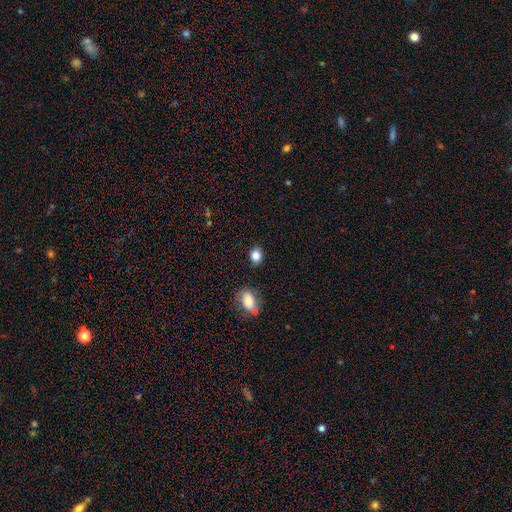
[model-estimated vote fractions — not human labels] Smooth or featured?
  - smooth: 85% *
  - star or artifact: 10%
  - featured or disk: 5%
How rounded?
  - round: 53% *
  - in between: 46%
  - cigar-shaped: 1%
Merging?
  - none: 83% *
  - minor disturbance: 11%
  - major disturbance: 3%
  - merger: 3%